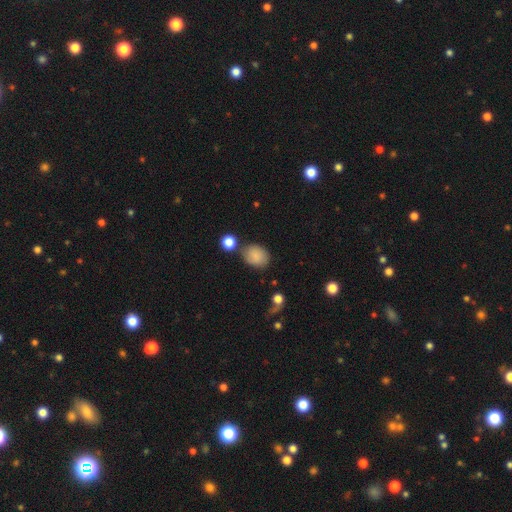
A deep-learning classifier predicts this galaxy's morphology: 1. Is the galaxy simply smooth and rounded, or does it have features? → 83% smooth, 9% star or artifact, 8% featured or disk.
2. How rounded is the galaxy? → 54% in between, 44% round, 1% cigar-shaped.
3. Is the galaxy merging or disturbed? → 69% none, 17% minor disturbance, 9% merger, 5% major disturbance.